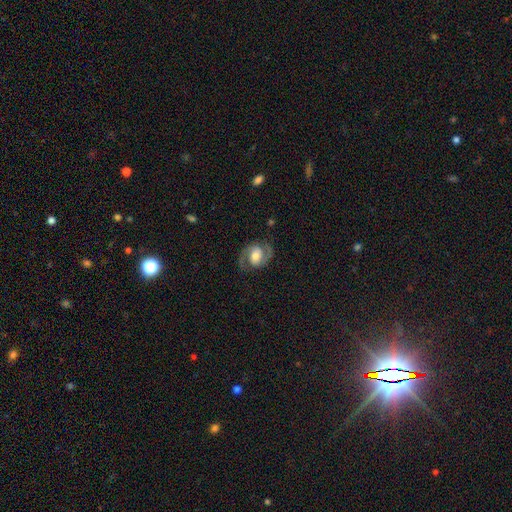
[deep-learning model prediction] Smooth or featured? Predicted: featured or disk (p=0.85). Edge-on disk? Predicted: no (p=0.98). Bar? Predicted: no (p=0.43). Spiral arms? Predicted: yes (p=0.96). Spiral winding? Predicted: medium (p=0.57). Spiral arm count? Predicted: 2 (p=0.93). Bulge size? Predicted: moderate (p=0.64). Merging? Predicted: none (p=0.81).